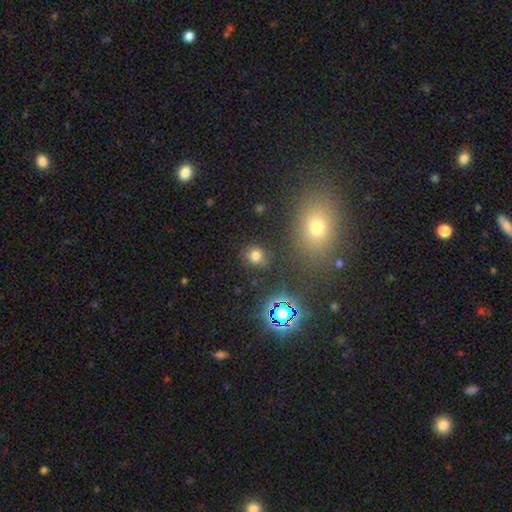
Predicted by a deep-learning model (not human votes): Smooth or featured: smooth — 72% (star or artifact — 21%)
How rounded: round — 81% (in between — 18%)
Merging: none — 80% (minor disturbance — 11%)